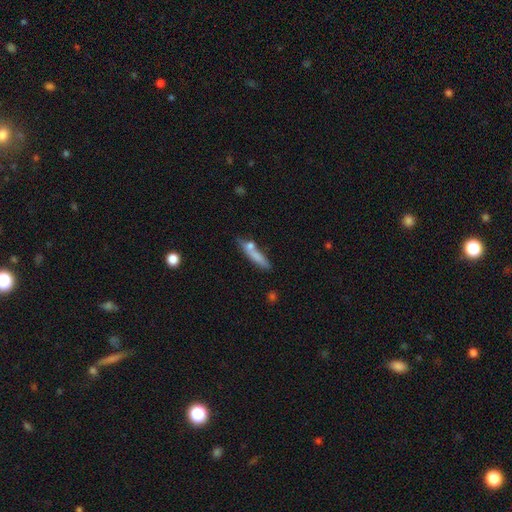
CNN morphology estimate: A smooth galaxy with no disk features (69%) that is cigar-shaped (84%).

Vote fractions:
- Smooth or featured? smooth: 69% / featured or disk: 24% / star or artifact: 7%
- How rounded? cigar-shaped: 84% / in between: 14% / round: 3%
- Merging? none: 59% / minor disturbance: 18% / merger: 17% / major disturbance: 6%